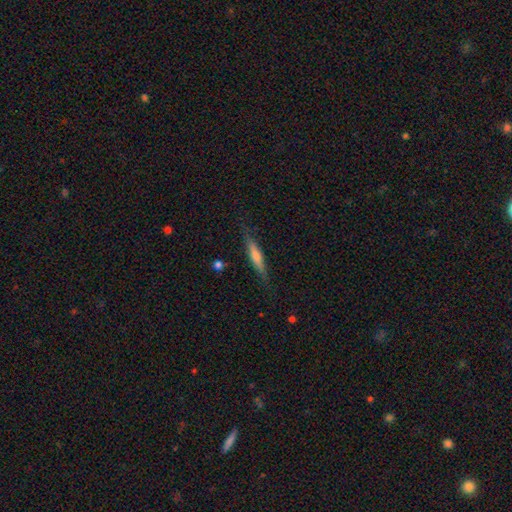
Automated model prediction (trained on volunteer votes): Smooth or featured: smooth — 51% (featured or disk — 43%)
How rounded: cigar-shaped — 89% (in between — 9%)
Merging: none — 83% (minor disturbance — 13%)